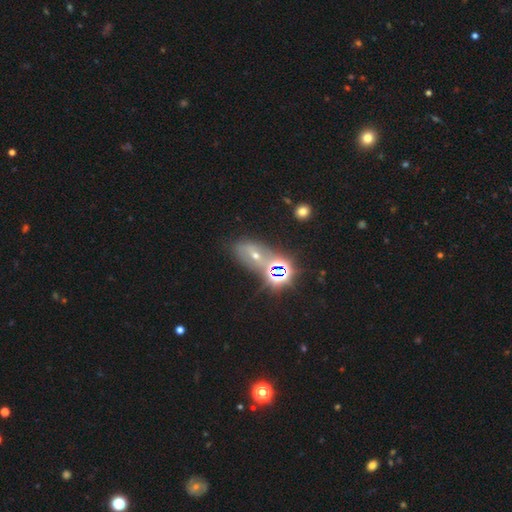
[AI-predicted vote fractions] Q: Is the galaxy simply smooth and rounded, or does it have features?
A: star or artifact — 49%.